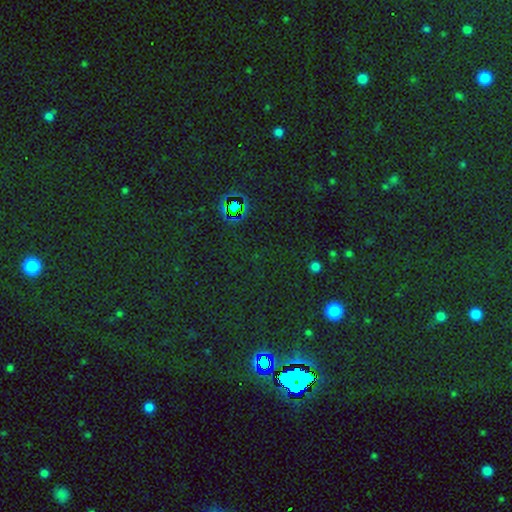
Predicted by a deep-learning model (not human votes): Smooth or featured? Predicted: star or artifact (p=0.79).